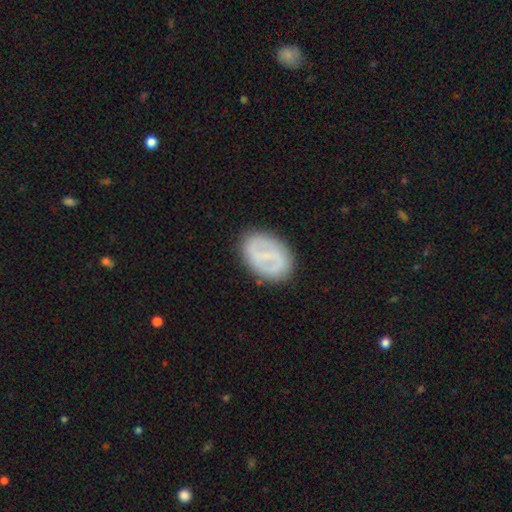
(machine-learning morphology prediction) A featured or disk galaxy (55%) with a weak bar (44%), spiral arms (55%) and a small central bulge (44%).

Vote fractions:
- Smooth or featured? featured or disk: 55% / smooth: 38% / star or artifact: 7%
- Edge-on disk? no: 96% / yes: 4%
- Bar? weak: 44% / strong: 32% / no: 25%
- Spiral arms? yes: 55% / no: 45%
- Bulge size? small: 44% / none: 37% / moderate: 15% / large: 2% / dominant: 1%
- Merging? none: 79% / minor disturbance: 14% / major disturbance: 5% / merger: 2%